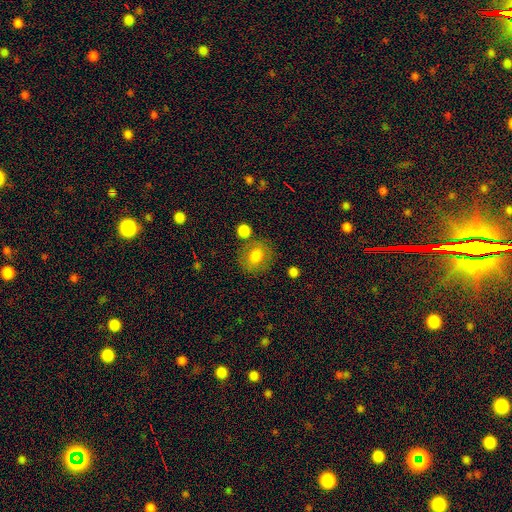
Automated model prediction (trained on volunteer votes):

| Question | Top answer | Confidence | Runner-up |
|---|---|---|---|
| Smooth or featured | smooth | 76% | featured or disk (15%) |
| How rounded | round | 64% | in between (35%) |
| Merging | none | 73% | minor disturbance (14%) |